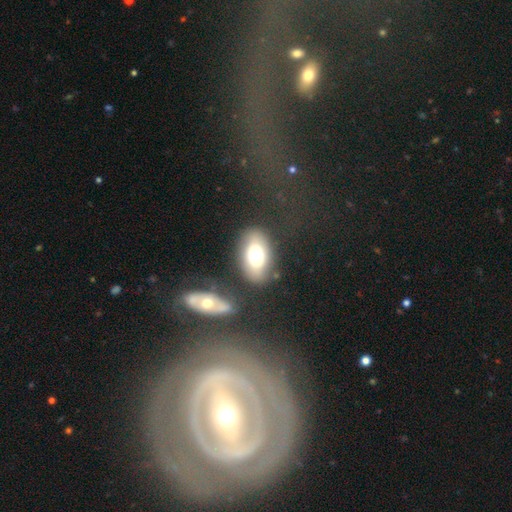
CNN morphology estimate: Smooth or featured: smooth — 65% (featured or disk — 26%)
How rounded: in between — 88% (round — 10%)
Merging: none — 71% (minor disturbance — 14%)